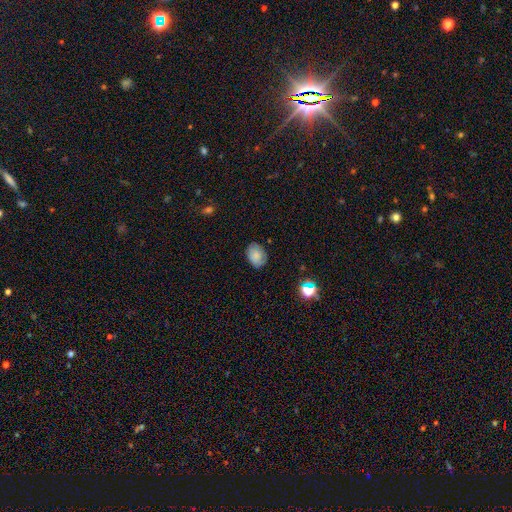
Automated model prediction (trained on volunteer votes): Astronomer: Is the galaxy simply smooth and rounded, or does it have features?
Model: smooth — 73%.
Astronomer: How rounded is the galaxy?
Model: in between — 73%.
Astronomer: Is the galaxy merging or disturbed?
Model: none — 78%.